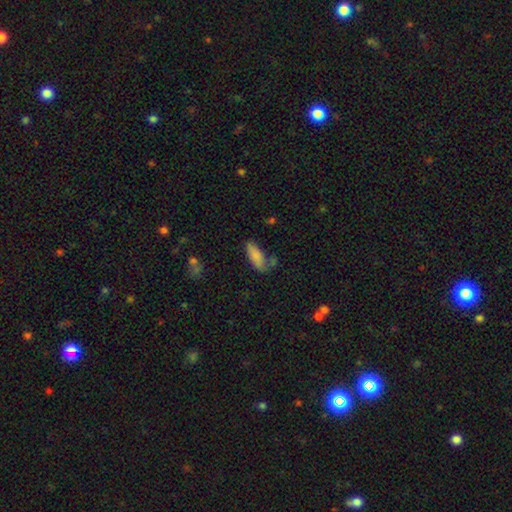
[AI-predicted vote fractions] smooth 83%, featured or disk 10%, star or artifact 8%. Down the decision tree: how rounded — in between (72%); merging — none (54%).